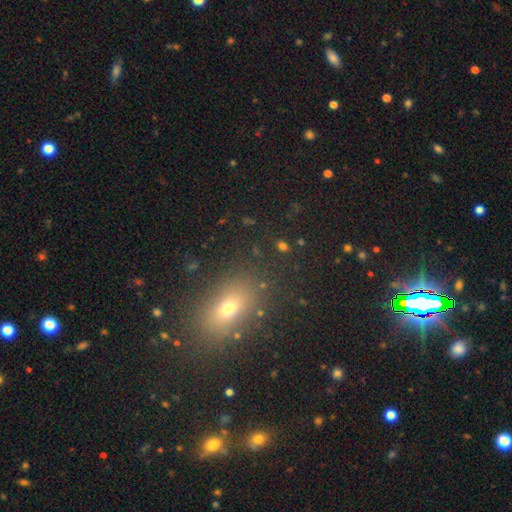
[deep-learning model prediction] smooth 56%, star or artifact 32%, featured or disk 12%. Down the decision tree: how rounded — in between (72%); merging — none (86%).